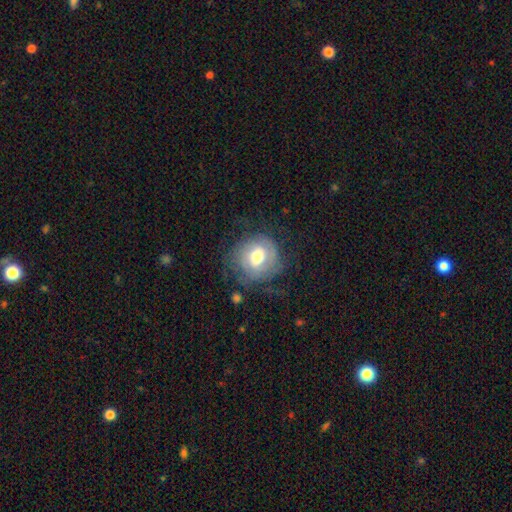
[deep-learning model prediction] featured or disk 54%, smooth 38%, star or artifact 8%. Down the decision tree: edge-on disk — no (96%); bar — no (53%); spiral arms — yes (68%); bulge size — moderate (66%); merging — none (59%).